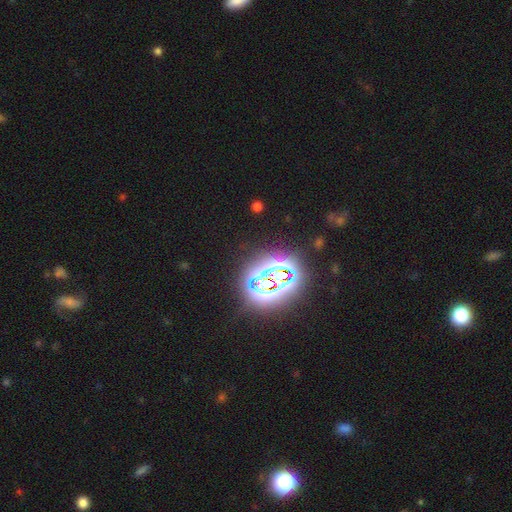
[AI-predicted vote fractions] This is likely a star or artifact rather than a galaxy (77%).